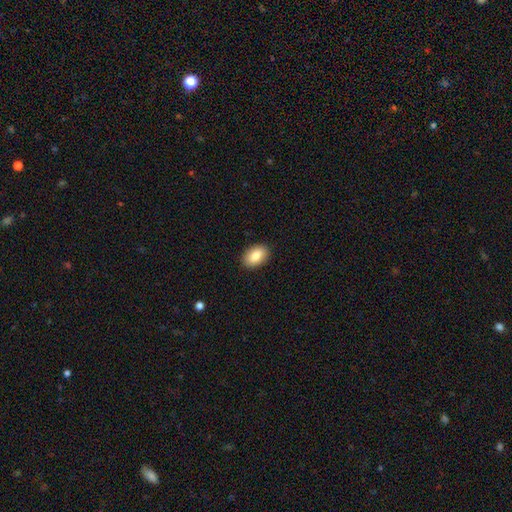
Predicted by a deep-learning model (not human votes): Smooth or featured? smooth (86%)
How rounded? in between (90%)
Merging? none (90%)